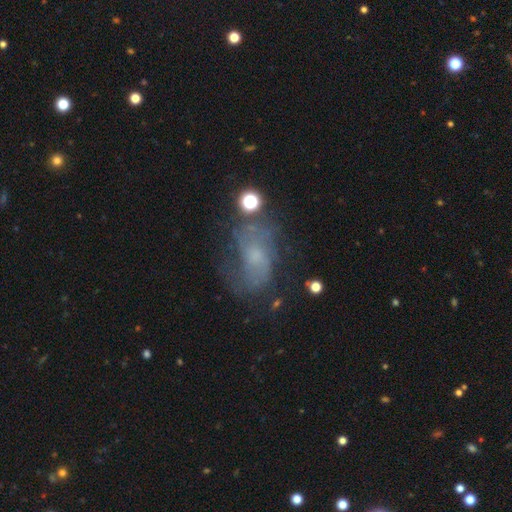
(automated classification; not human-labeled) Q: Smooth or featured?
A: featured or disk (55%); runner-up: smooth (29%)
Q: Edge-on disk?
A: no (96%); runner-up: yes (4%)
Q: Bar?
A: no (69%); runner-up: weak (26%)
Q: Spiral arms?
A: yes (70%); runner-up: no (30%)
Q: Bulge size?
A: small (52%); runner-up: none (22%)
Q: Merging?
A: none (48%); runner-up: minor disturbance (23%)